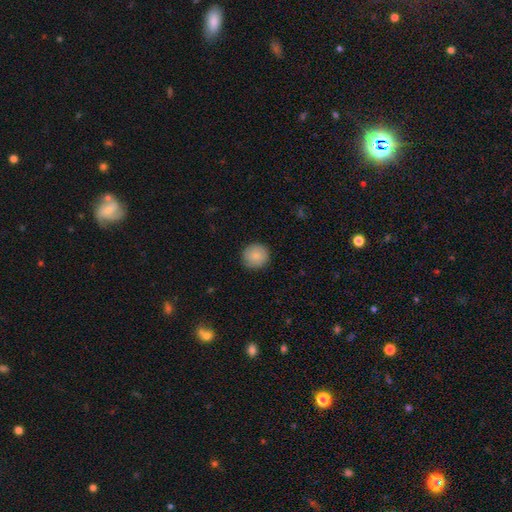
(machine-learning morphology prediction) Smooth or featured? smooth (84%)
How rounded? round (93%)
Merging? none (88%)